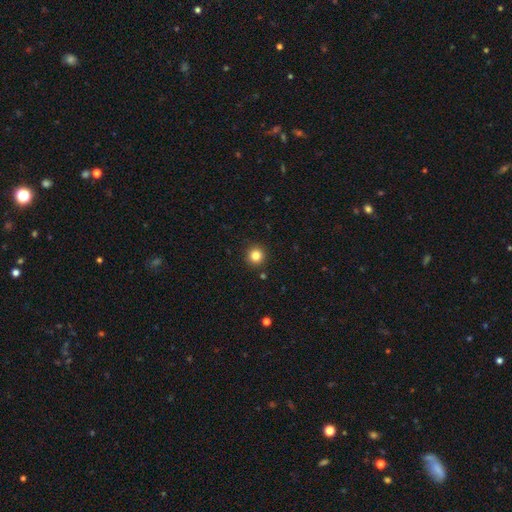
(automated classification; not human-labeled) smooth-or-featured: smooth: 83% | star or artifact: 12% | featured or disk: 5%
  how-rounded: round: 95% | in between: 4% | cigar-shaped: 1%
  merging: none: 92% | minor disturbance: 5% | major disturbance: 2% | merger: 2%